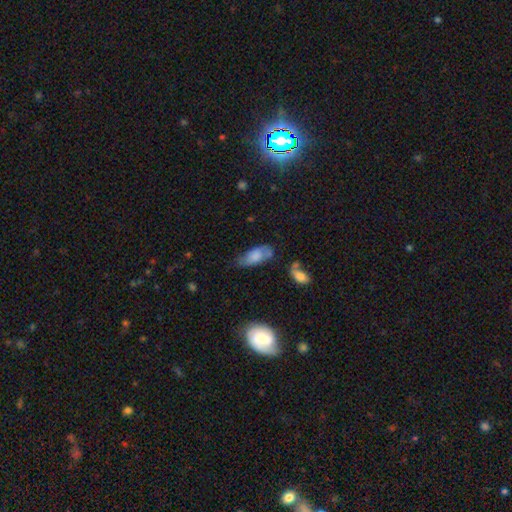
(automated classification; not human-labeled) A smooth galaxy with no disk features (71%) that is in between round and cigar-shaped (84%). Merging: none (44%).